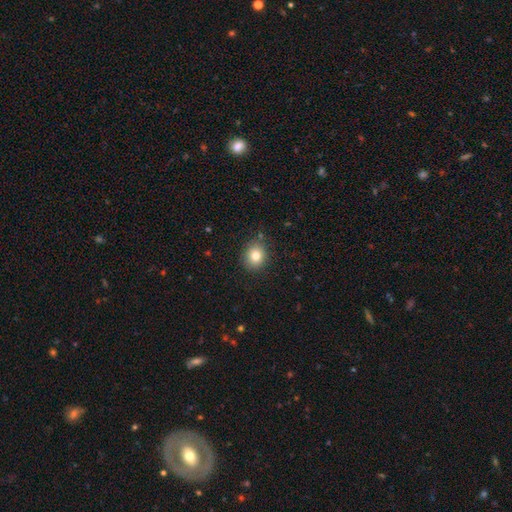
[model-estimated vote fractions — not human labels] Morphology: type=smooth (79%); roundness=round (71%); merging=none (85%).